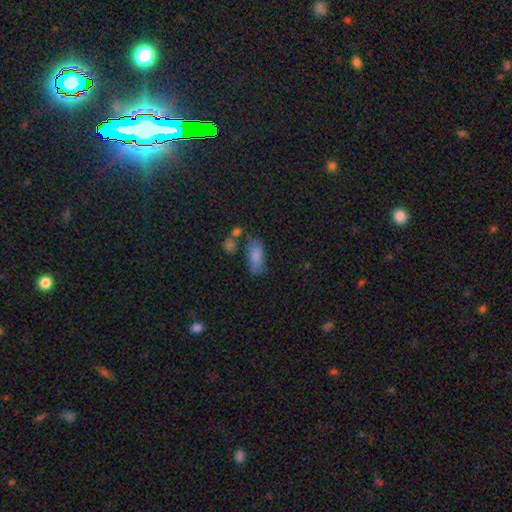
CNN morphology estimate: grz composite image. It shows a smooth galaxy with no disk features (81%) that is in between round and cigar-shaped (81%). Merging: none (60%).